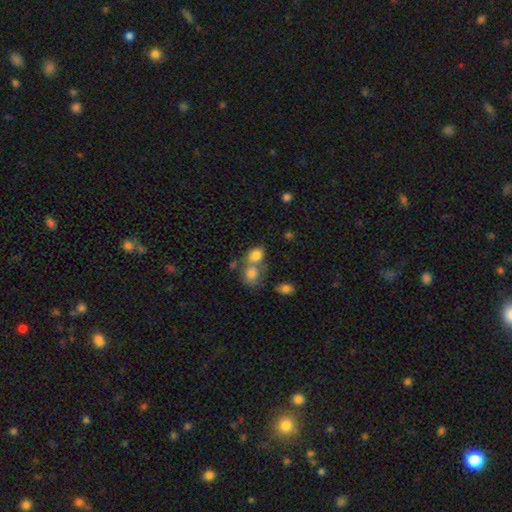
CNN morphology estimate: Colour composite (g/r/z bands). It shows a smooth galaxy with no disk features (80%) that is in between round and cigar-shaped (53%). Merging: merger (51%).